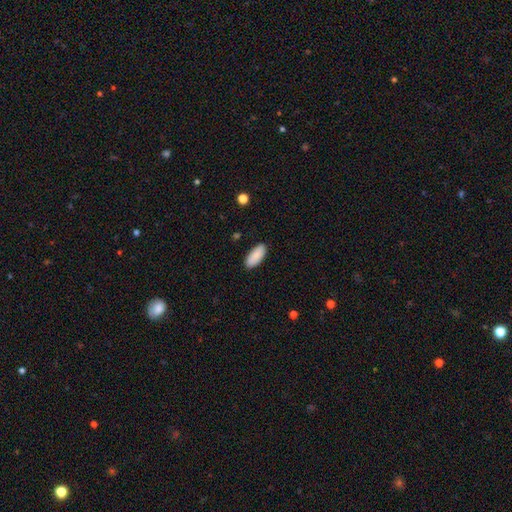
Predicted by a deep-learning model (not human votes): smooth_or_featured: smooth (p=0.88) [alt: featured or disk p=0.06]
how_rounded: in between (p=0.87) [alt: cigar-shaped p=0.11]
merging: none (p=0.88) [alt: minor disturbance p=0.09]